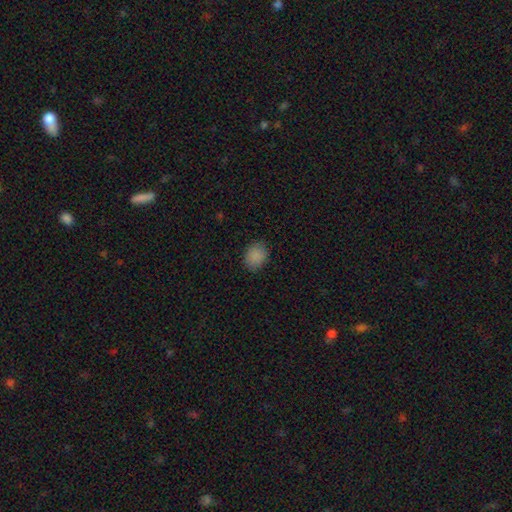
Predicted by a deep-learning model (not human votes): A smooth galaxy with no disk features (86%) that is round (52%).

Vote fractions:
- Smooth or featured? smooth: 86% / star or artifact: 11% / featured or disk: 4%
- How rounded? round: 52% / in between: 47% / cigar-shaped: 1%
- Merging? none: 83% / minor disturbance: 13% / major disturbance: 3% / merger: 1%